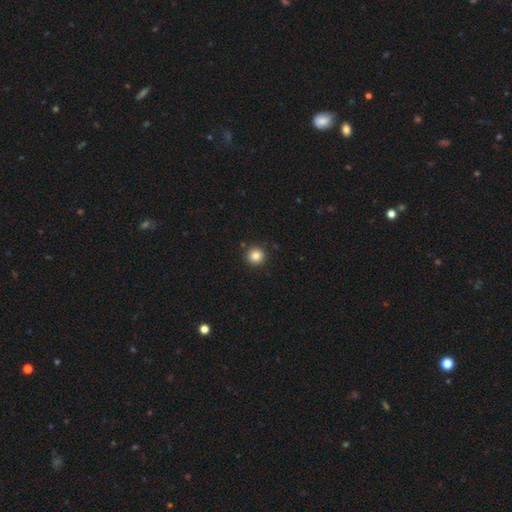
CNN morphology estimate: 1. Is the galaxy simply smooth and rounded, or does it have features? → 84% smooth, 11% star or artifact, 5% featured or disk.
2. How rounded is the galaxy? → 93% round, 6% in between, 1% cigar-shaped.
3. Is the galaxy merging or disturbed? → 90% none, 6% minor disturbance, 2% major disturbance, 2% merger.